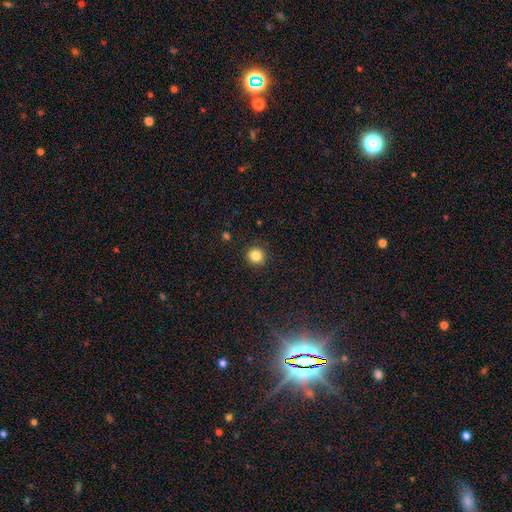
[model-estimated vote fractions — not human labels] This appears to be a smooth galaxy with no disk features (84%) that is round (93%). Merging: none (91%).